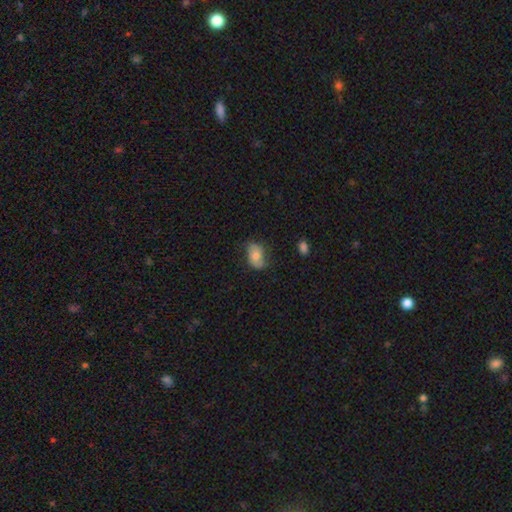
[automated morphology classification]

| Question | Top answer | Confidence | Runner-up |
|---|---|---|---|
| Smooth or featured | smooth | 66% | featured or disk (26%) |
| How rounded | in between | 87% | round (11%) |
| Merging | none | 65% | minor disturbance (26%) |